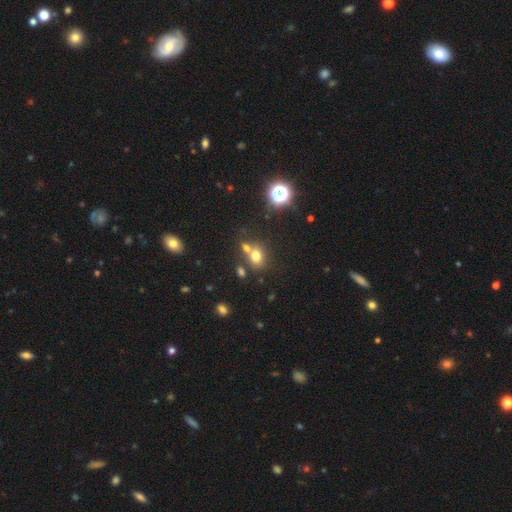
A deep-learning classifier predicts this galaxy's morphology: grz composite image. It shows a smooth galaxy with no disk features (70%) that is round (56%). Merging: none (50%).